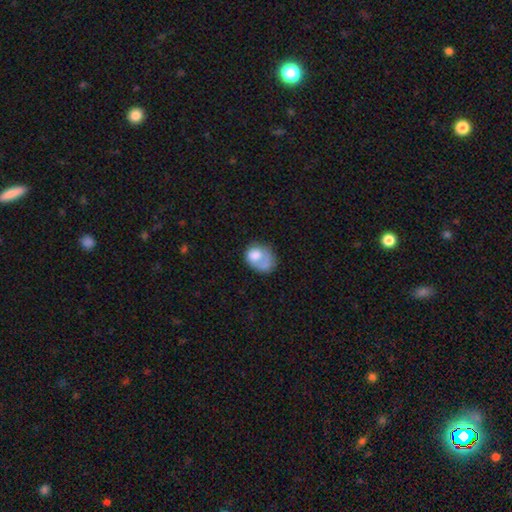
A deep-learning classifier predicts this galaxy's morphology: The model was most divided on "merging": none: 35%, major disturbance: 31%, minor disturbance: 25%, merger: 9%. More confident: smooth or featured — smooth (67%); how rounded — in between (59%).